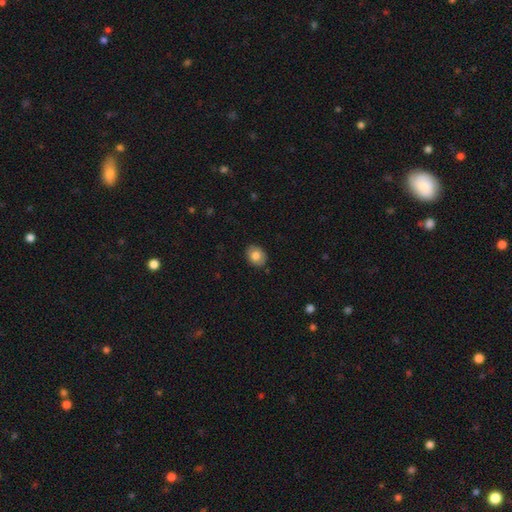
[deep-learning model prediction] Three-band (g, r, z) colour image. It shows a smooth galaxy with no disk features (78%) that is in between round and cigar-shaped (55%). Merging: none (87%).